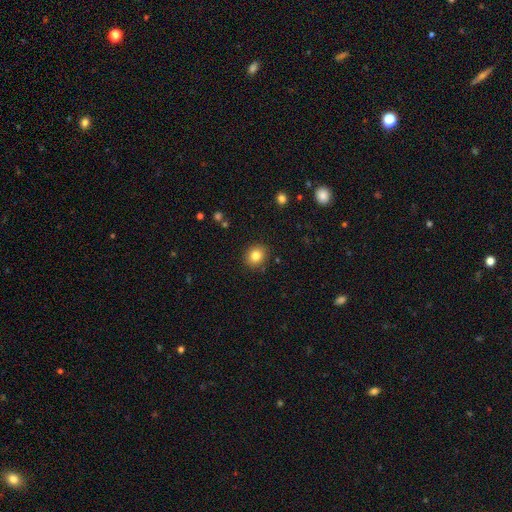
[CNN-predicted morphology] This is clearly a smooth galaxy (82%). How rounded: likely round (78%). Merging: clearly none (89%).